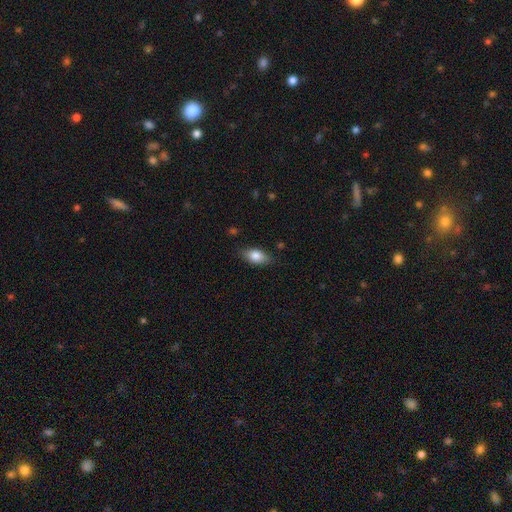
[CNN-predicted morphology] Smooth or featured?
  - smooth: 81% *
  - featured or disk: 12%
  - star or artifact: 7%
How rounded?
  - in between: 88% *
  - cigar-shaped: 6%
  - round: 6%
Merging?
  - none: 81% *
  - minor disturbance: 15%
  - major disturbance: 3%
  - merger: 1%